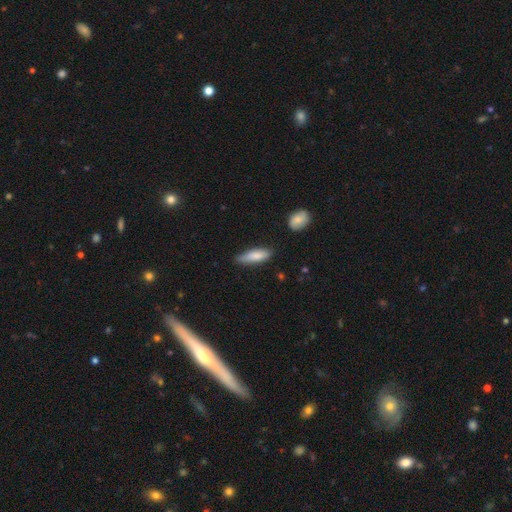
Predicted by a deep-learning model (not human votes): smooth 81%, featured or disk 13%, star or artifact 6%. Down the decision tree: how rounded — cigar-shaped (51%); merging — none (69%).